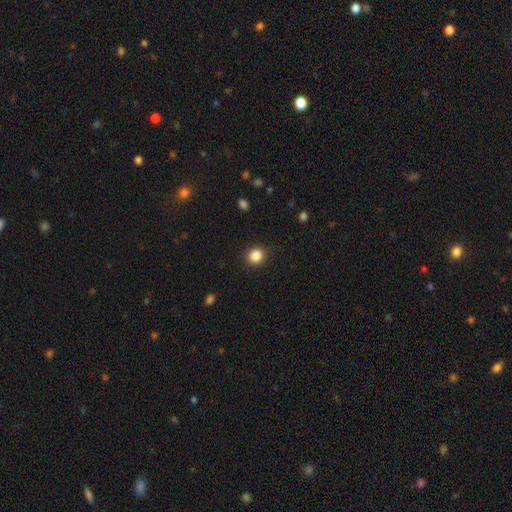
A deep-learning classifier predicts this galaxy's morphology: Smooth or featured? smooth (86%)
How rounded? round (82%)
Merging? none (90%)